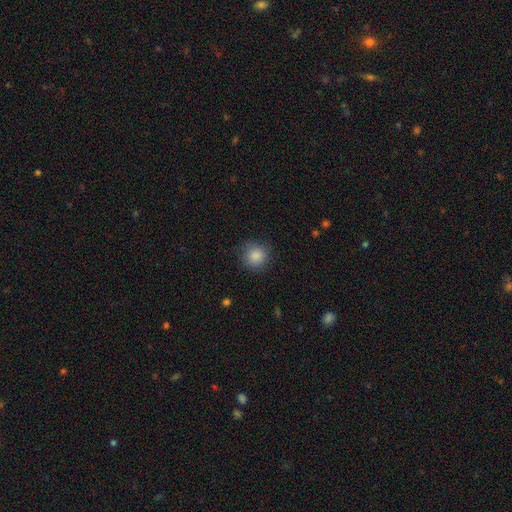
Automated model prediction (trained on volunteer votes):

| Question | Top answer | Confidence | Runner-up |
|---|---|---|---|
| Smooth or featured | smooth | 87% | star or artifact (9%) |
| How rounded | round | 92% | in between (7%) |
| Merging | none | 86% | minor disturbance (10%) |